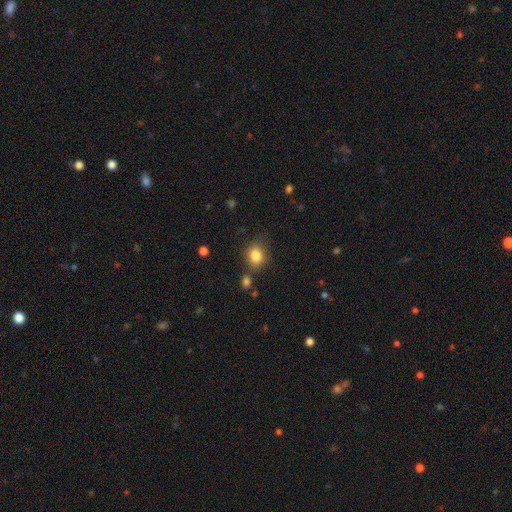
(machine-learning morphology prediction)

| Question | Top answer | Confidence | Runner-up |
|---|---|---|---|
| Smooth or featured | smooth | 83% | star or artifact (10%) |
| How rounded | round | 52% | in between (47%) |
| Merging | none | 75% | minor disturbance (14%) |